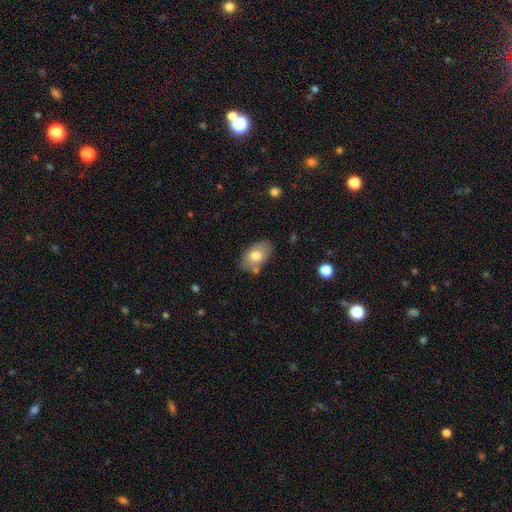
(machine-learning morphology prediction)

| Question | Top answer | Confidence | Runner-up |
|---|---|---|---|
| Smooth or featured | smooth | 74% | featured or disk (19%) |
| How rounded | in between | 91% | round (8%) |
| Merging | none | 75% | minor disturbance (16%) |